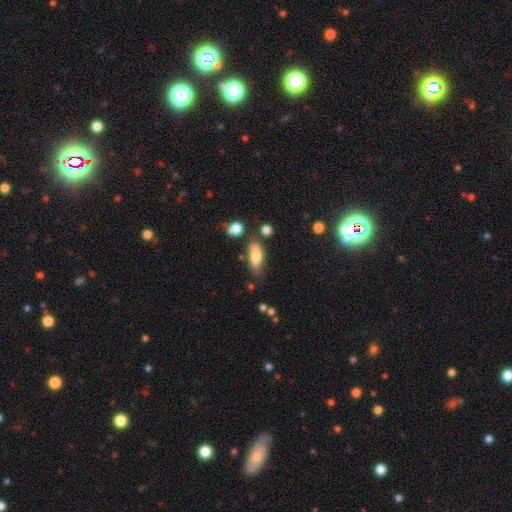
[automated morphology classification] type=smooth (76%); roundness=in between (83%); merging=none (64%).